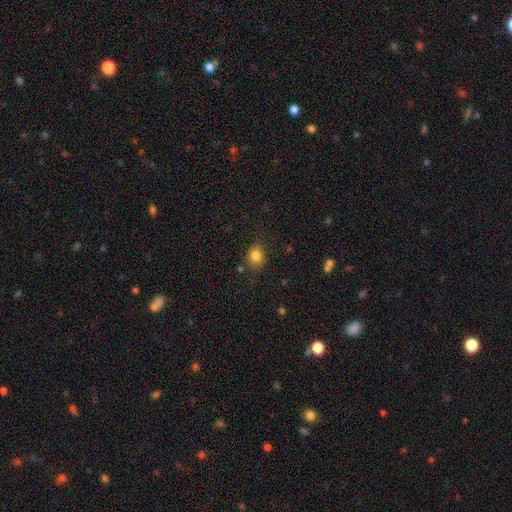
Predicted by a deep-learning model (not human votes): This appears to be a smooth galaxy with no disk features (82%) that is round (55%). Merging: none (80%).